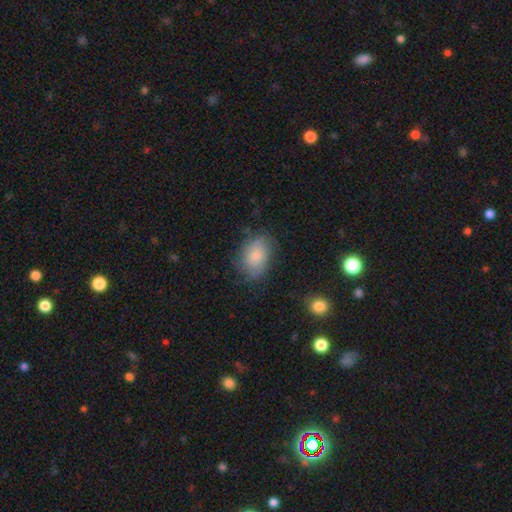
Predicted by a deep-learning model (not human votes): This appears to be a smooth galaxy with no disk features (75%) that is in between round and cigar-shaped (78%). Merging: none (67%).